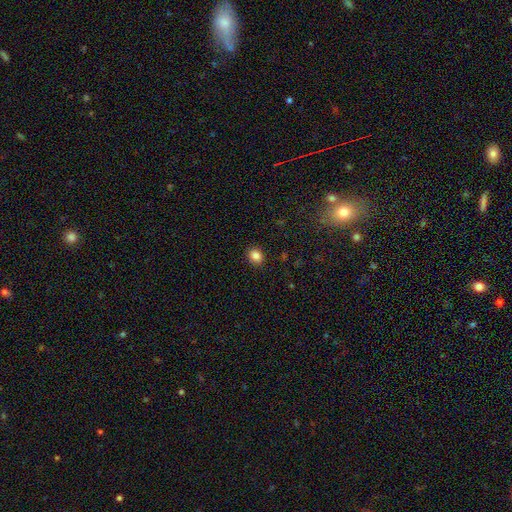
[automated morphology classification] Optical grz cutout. It shows a smooth galaxy with no disk features (84%) that is round (65%). Merging: none (89%).